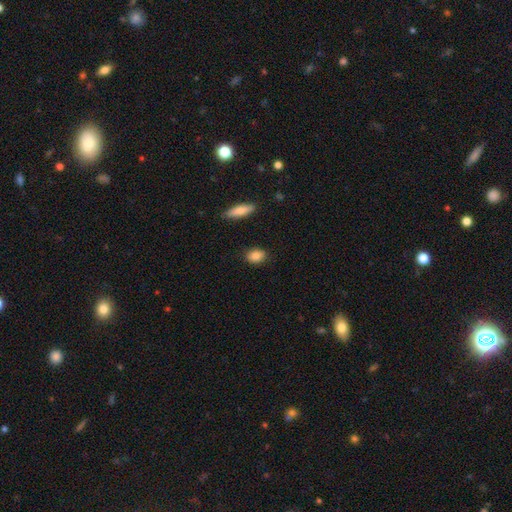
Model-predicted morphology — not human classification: Smooth or featured? Predicted: smooth (p=0.85). How rounded? Predicted: in between (p=0.74). Merging? Predicted: none (p=0.86).